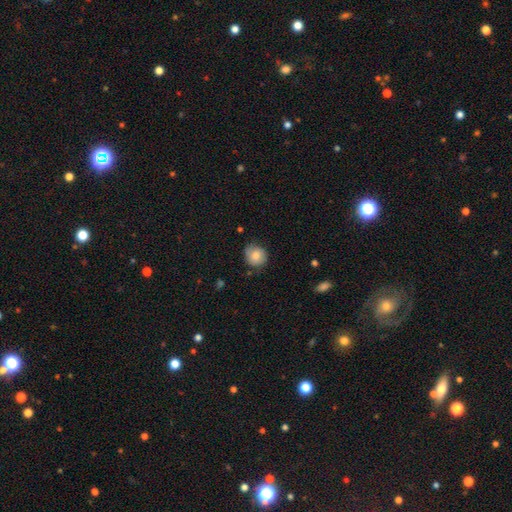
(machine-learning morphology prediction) This is likely a smooth galaxy (76%). How rounded: clearly round (84%). Merging: likely none (73%).